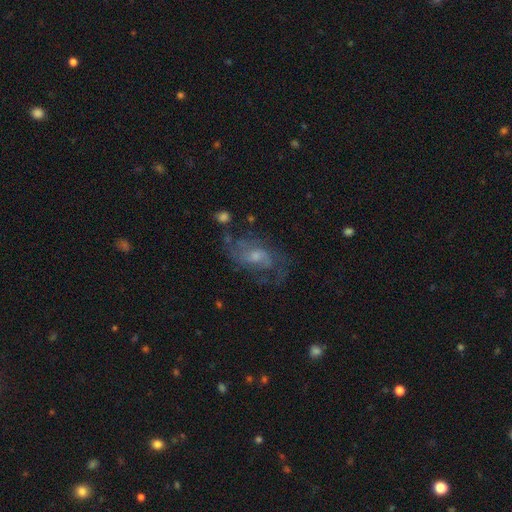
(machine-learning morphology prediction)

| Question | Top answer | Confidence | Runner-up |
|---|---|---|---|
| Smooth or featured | featured or disk | 73% | smooth (18%) |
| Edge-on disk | no | 96% | yes (4%) |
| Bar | no | 55% | weak (39%) |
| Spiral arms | yes | 85% | no (15%) |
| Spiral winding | medium | 48% | loose (30%) |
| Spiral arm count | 2 | 55% | can't tell (25%) |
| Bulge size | small | 48% | moderate (39%) |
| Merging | none | 55% | minor disturbance (21%) |